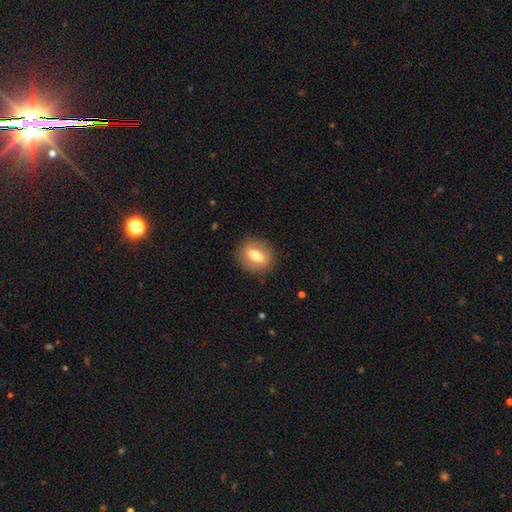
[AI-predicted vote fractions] This is likely a smooth galaxy (64%). How rounded: possibly in between (55%). Merging: clearly none (86%).